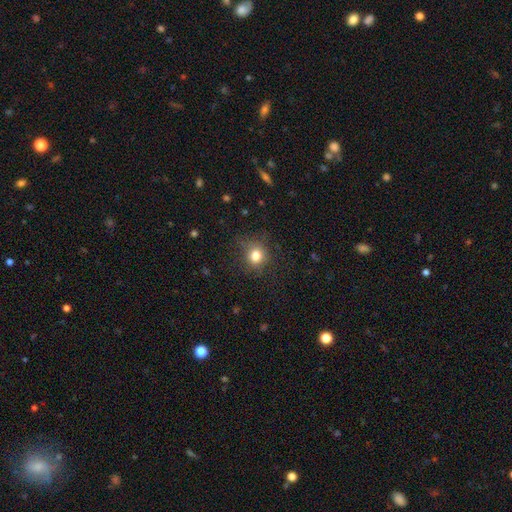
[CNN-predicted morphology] type=smooth (79%); roundness=round (86%); merging=none (81%).